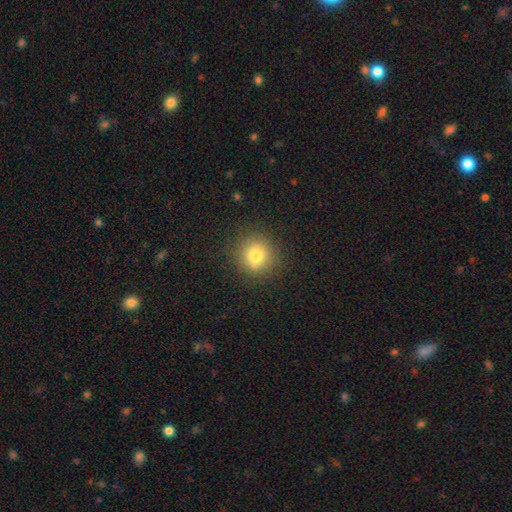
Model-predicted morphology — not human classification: Smooth or featured: smooth — 78% (star or artifact — 14%)
How rounded: round — 91% (in between — 8%)
Merging: none — 87% (minor disturbance — 8%)